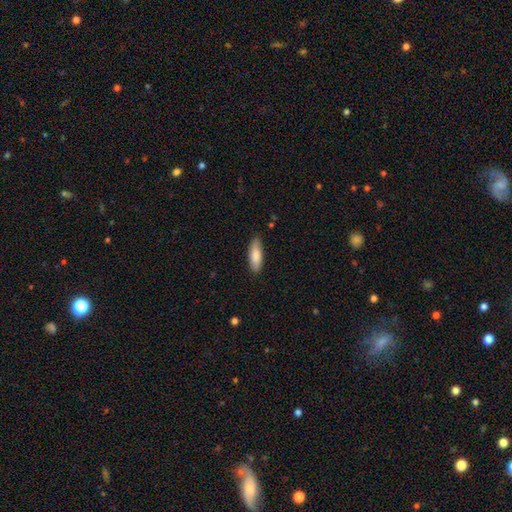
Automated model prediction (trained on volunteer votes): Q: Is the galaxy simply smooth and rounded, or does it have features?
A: smooth — 83%.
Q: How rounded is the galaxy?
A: in between — 61%.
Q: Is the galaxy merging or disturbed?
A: none — 84%.